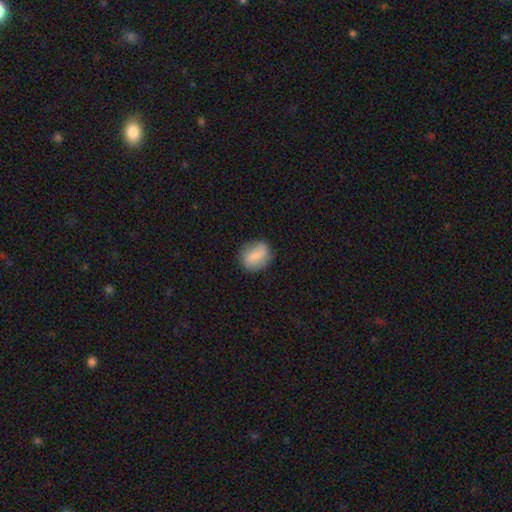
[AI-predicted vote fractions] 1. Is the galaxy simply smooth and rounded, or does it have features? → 75% smooth, 17% featured or disk, 8% star or artifact.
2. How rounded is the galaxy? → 49% round (tied), 49% in between (tied), 2% cigar-shaped.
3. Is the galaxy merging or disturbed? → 74% none, 19% minor disturbance, 5% major disturbance, 1% merger.